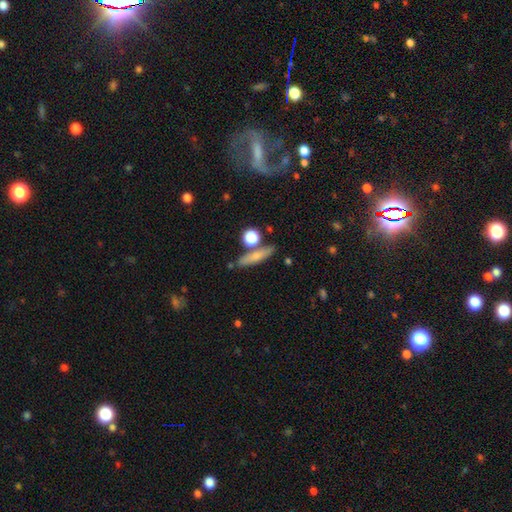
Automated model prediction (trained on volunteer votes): Q: Smooth or featured?
A: smooth (66%); runner-up: featured or disk (26%)
Q: How rounded?
A: cigar-shaped (75%); runner-up: in between (18%)
Q: Merging?
A: none (75%); runner-up: minor disturbance (11%)